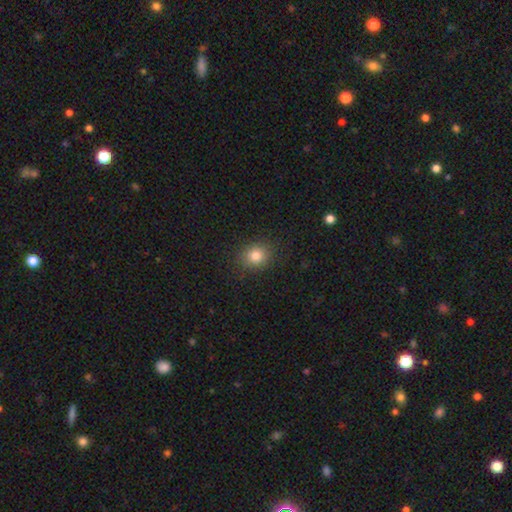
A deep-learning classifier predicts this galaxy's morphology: This appears to be a smooth galaxy with no disk features (81%) that is round (71%). Merging: none (86%).